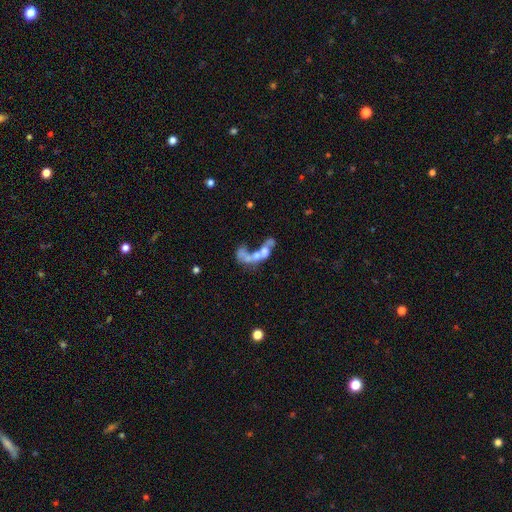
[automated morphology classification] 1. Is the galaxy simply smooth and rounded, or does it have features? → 51% featured or disk, 34% smooth, 15% star or artifact.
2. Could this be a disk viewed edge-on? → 94% no, 6% yes.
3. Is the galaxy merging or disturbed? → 61% merger, 21% major disturbance, 13% none, 6% minor disturbance.